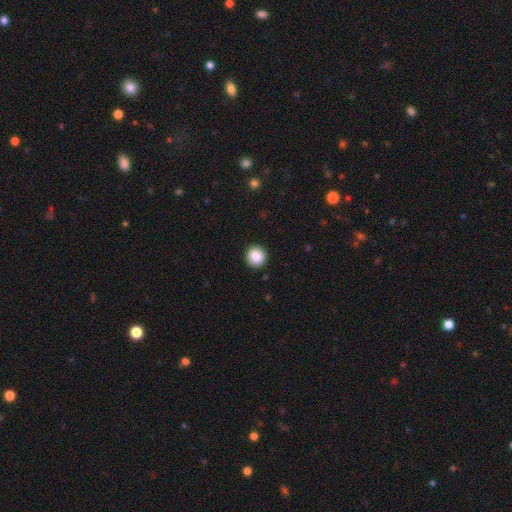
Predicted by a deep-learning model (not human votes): smooth 88%, star or artifact 9%, featured or disk 3%. Down the decision tree: how rounded — round (92%); merging — none (92%).